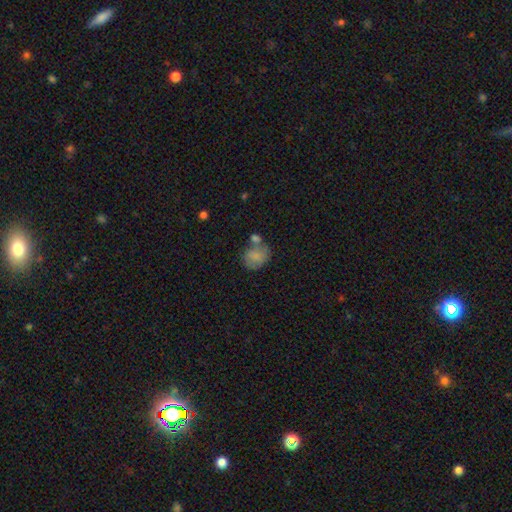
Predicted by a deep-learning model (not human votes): Smooth or featured?
  - smooth: 76% *
  - featured or disk: 15%
  - star or artifact: 9%
How rounded?
  - round: 53% *
  - in between: 46%
  - cigar-shaped: 1%
Merging?
  - none: 41% *
  - merger: 27%
  - minor disturbance: 20%
  - major disturbance: 11%